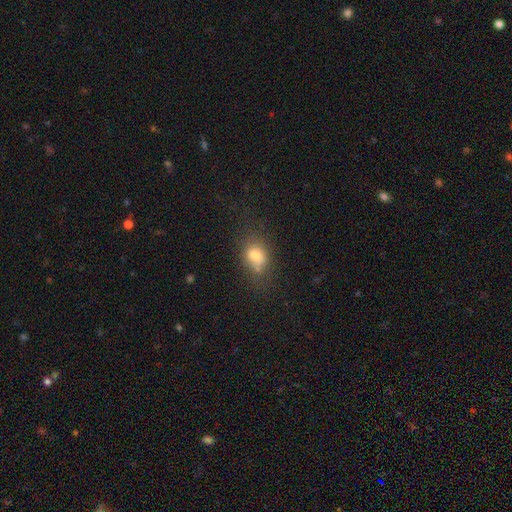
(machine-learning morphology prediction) smooth 72%, featured or disk 15%, star or artifact 13%. Down the decision tree: how rounded — in between (57%); merging — none (48%).